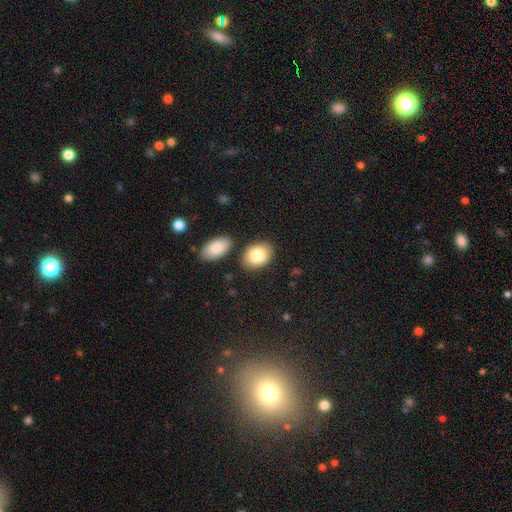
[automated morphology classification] Overall: smooth (83%). How rounded: in between (82%). Merging: none (78%).